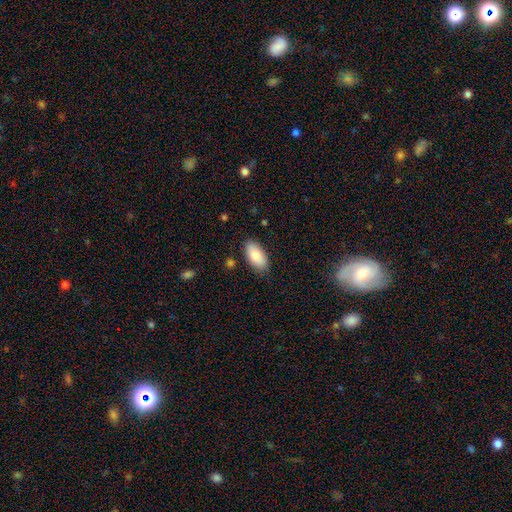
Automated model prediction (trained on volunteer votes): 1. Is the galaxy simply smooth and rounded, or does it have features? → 85% smooth, 8% featured or disk, 6% star or artifact.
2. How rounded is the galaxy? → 93% in between, 4% cigar-shaped, 2% round.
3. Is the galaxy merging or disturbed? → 83% none, 13% minor disturbance, 2% major disturbance, 2% merger.